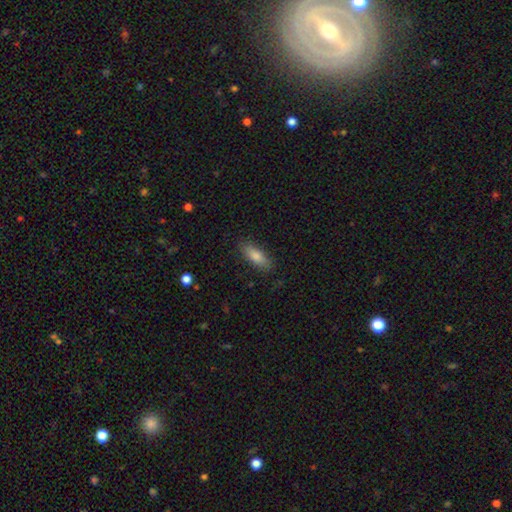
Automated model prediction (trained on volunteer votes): Smooth or featured?
  - smooth: 80% *
  - featured or disk: 13%
  - star or artifact: 7%
How rounded?
  - in between: 60% *
  - cigar-shaped: 37%
  - round: 2%
Merging?
  - none: 87% *
  - minor disturbance: 10%
  - major disturbance: 2%
  - merger: 1%